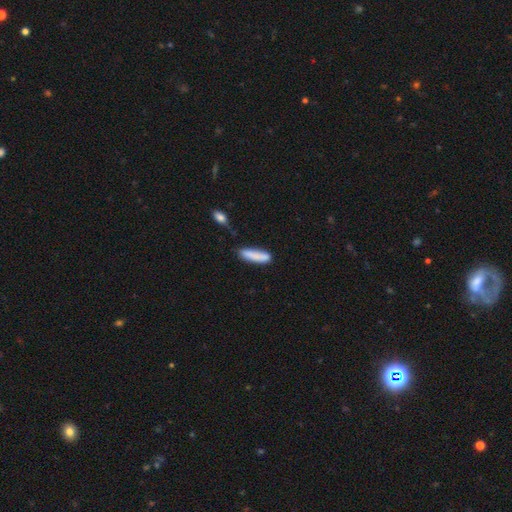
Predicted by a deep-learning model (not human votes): smooth-or-featured: smooth: 84% | featured or disk: 10% | star or artifact: 6%
  how-rounded: cigar-shaped: 74% | in between: 24% | round: 2%
  merging: none: 68% | minor disturbance: 21% | merger: 6% | major disturbance: 4%